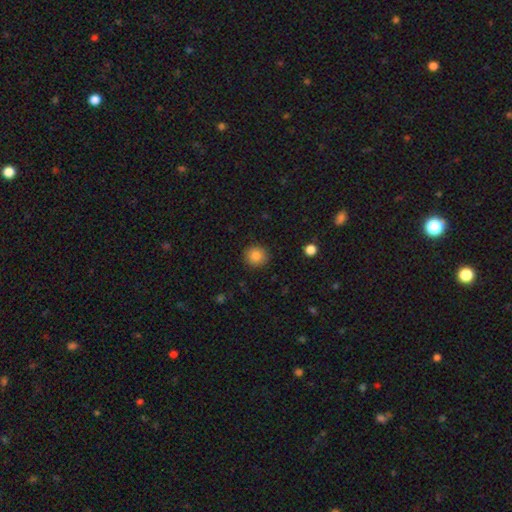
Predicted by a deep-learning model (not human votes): Q: Smooth or featured?
A: smooth (85%); runner-up: star or artifact (10%)
Q: How rounded?
A: round (91%); runner-up: in between (8%)
Q: Merging?
A: none (90%); runner-up: minor disturbance (7%)